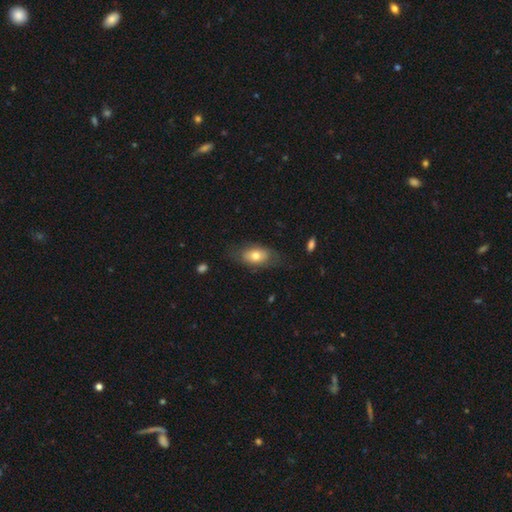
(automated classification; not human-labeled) This is likely a smooth galaxy (68%). How rounded: clearly in between (89%). Merging: likely none (68%).